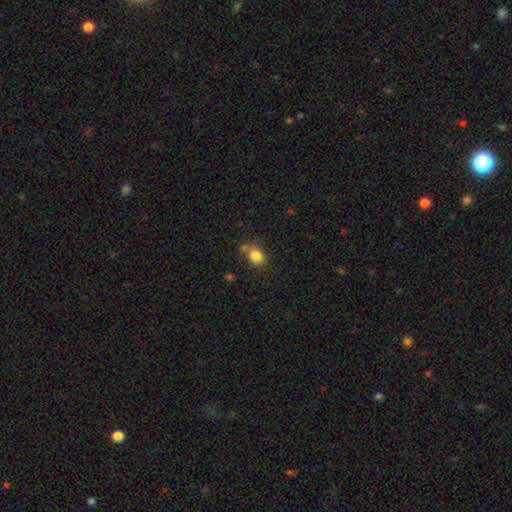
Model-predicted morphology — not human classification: A smooth galaxy with no disk features (84%) that is in between round and cigar-shaped (59%).

Vote fractions:
- Smooth or featured? smooth: 84% / star or artifact: 10% / featured or disk: 7%
- How rounded? in between: 59% / round: 40% / cigar-shaped: 1%
- Merging? none: 62% / minor disturbance: 18% / merger: 15% / major disturbance: 5%